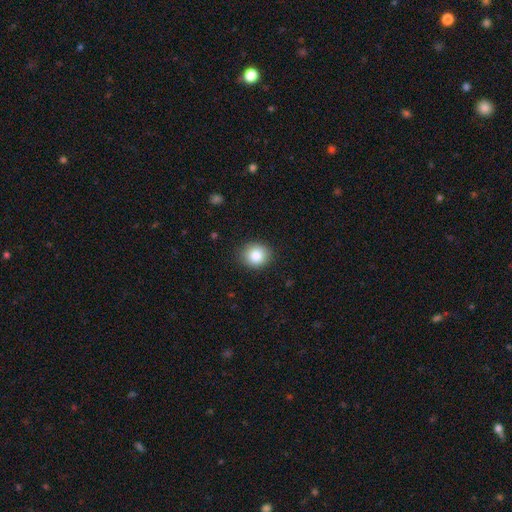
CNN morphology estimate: A smooth galaxy with no disk features (84%) that is round (78%).

Vote fractions:
- Smooth or featured? smooth: 84% / star or artifact: 9% / featured or disk: 7%
- How rounded? round: 78% / in between: 21% / cigar-shaped: 1%
- Merging? none: 89% / minor disturbance: 8% / major disturbance: 2% / merger: 1%